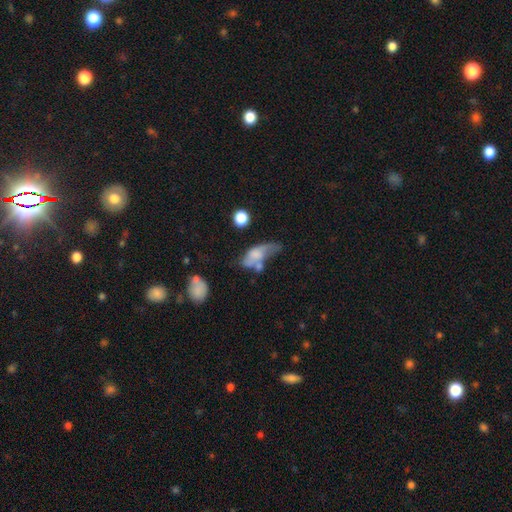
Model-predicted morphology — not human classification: type=smooth (56%); roundness=in between (78%); merging=major disturbance (33%).